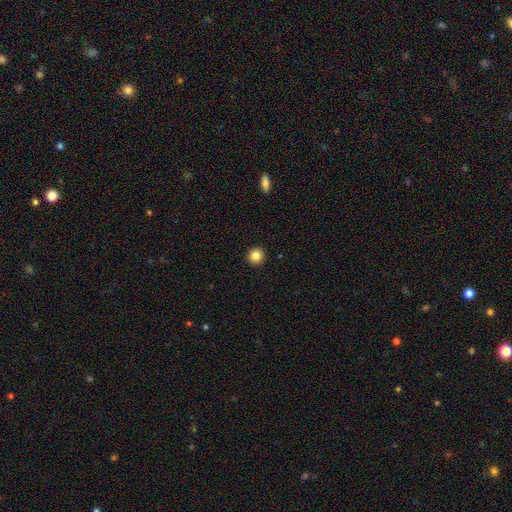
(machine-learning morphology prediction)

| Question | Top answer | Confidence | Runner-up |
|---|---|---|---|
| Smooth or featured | smooth | 85% | star or artifact (10%) |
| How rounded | round | 94% | in between (5%) |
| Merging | none | 93% | minor disturbance (4%) |